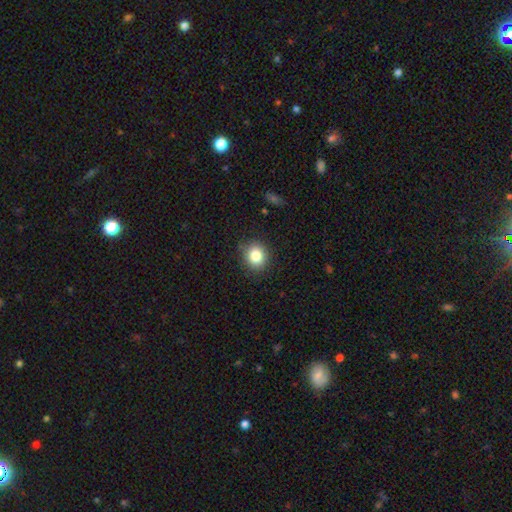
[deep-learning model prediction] Smooth or featured?
  - smooth: 82% *
  - star or artifact: 11%
  - featured or disk: 7%
How rounded?
  - round: 78% *
  - in between: 21%
  - cigar-shaped: 1%
Merging?
  - none: 86% *
  - minor disturbance: 10%
  - major disturbance: 3%
  - merger: 1%